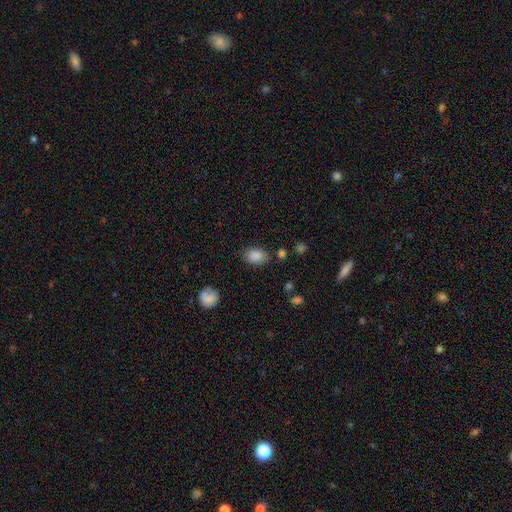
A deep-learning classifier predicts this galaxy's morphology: Smooth or featured?
  - smooth: 87% *
  - star or artifact: 9%
  - featured or disk: 4%
How rounded?
  - in between: 80% *
  - round: 19%
  - cigar-shaped: 1%
Merging?
  - none: 78% *
  - minor disturbance: 14%
  - major disturbance: 4%
  - merger: 3%